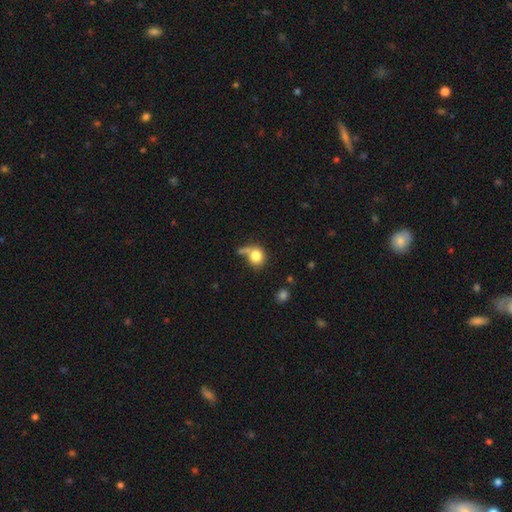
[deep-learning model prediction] Q: Smooth or featured?
A: smooth (80%); runner-up: featured or disk (10%)
Q: How rounded?
A: round (79%); runner-up: in between (20%)
Q: Merging?
A: none (47%); runner-up: merger (24%)